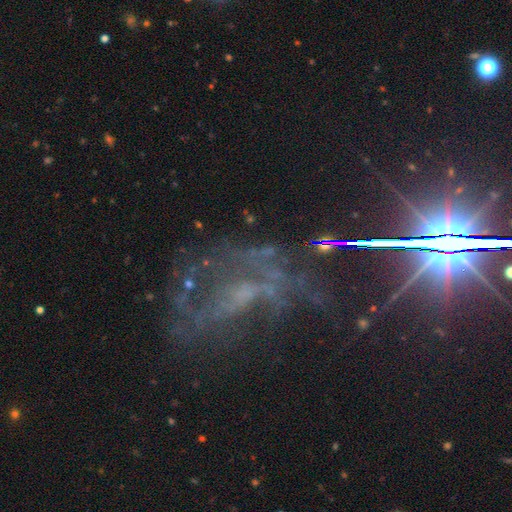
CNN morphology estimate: Smooth or featured: featured or disk — 50% (star or artifact — 39%)
Merging: none — 40% (major disturbance — 37%)